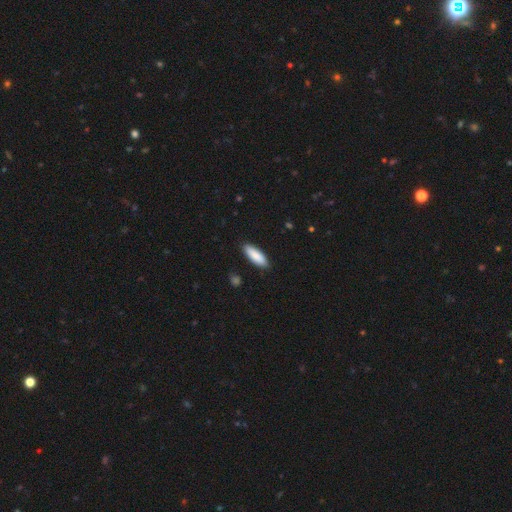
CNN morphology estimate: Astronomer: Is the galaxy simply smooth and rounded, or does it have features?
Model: smooth — 87%.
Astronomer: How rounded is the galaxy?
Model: in between — 59% (runner-up: cigar-shaped, 40%).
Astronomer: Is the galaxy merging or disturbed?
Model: none — 88%.